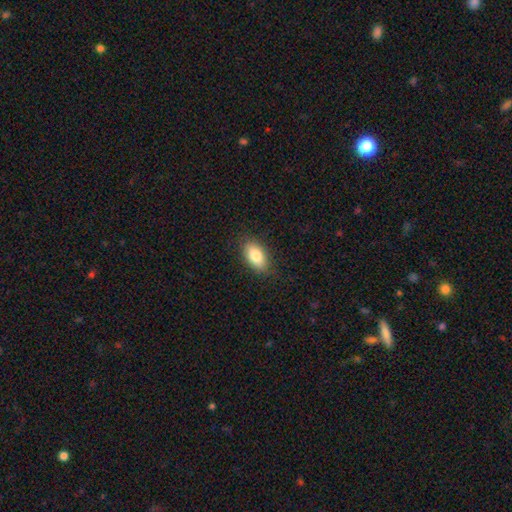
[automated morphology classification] This appears to be a smooth galaxy with no disk features (82%) that is in between round and cigar-shaped (92%). Merging: none (86%).